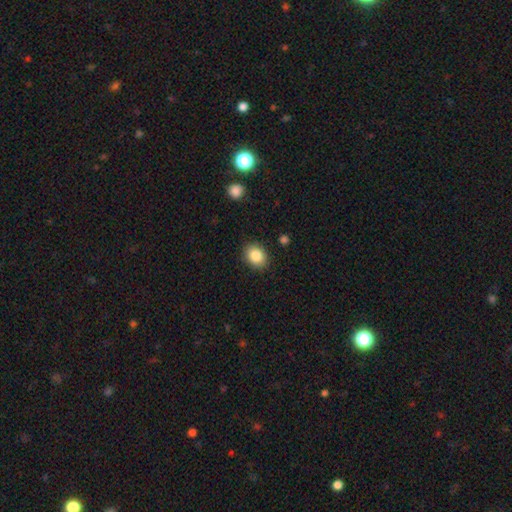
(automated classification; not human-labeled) smooth-or-featured: smooth: 86% | star or artifact: 8% | featured or disk: 6%
  how-rounded: round: 50% | in between: 49% | cigar-shaped: 1%
  merging: none: 88% | minor disturbance: 9% | major disturbance: 2% | merger: 1%